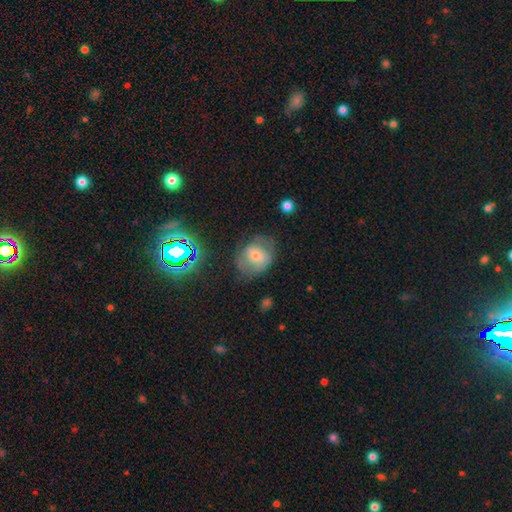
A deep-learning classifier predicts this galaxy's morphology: smooth_or_featured: smooth (p=0.53) [alt: featured or disk p=0.36]
how_rounded: round (p=0.50) [alt: in between p=0.49]
merging: none (p=0.53) [alt: minor disturbance p=0.26]